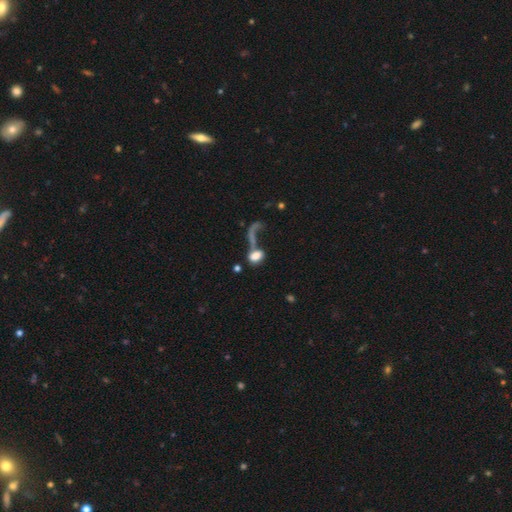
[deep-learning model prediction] Morphology: type=smooth (63%); roundness=in between (76%); merging=major disturbance (37%).